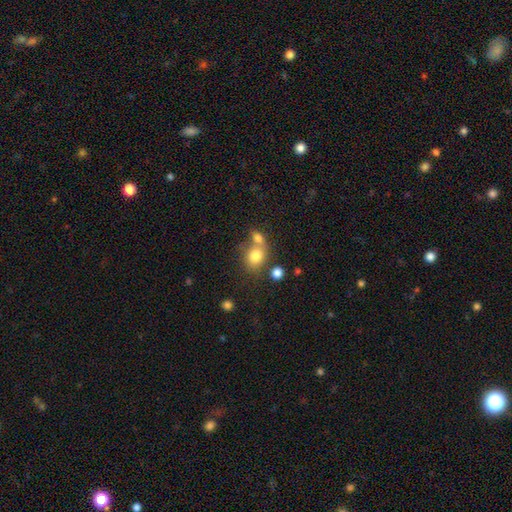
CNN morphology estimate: smooth-or-featured: smooth: 79% | star or artifact: 11% | featured or disk: 10%
  how-rounded: round: 59% | in between: 40% | cigar-shaped: 1%
  merging: none: 46% | merger: 38% | minor disturbance: 11% | major disturbance: 5%